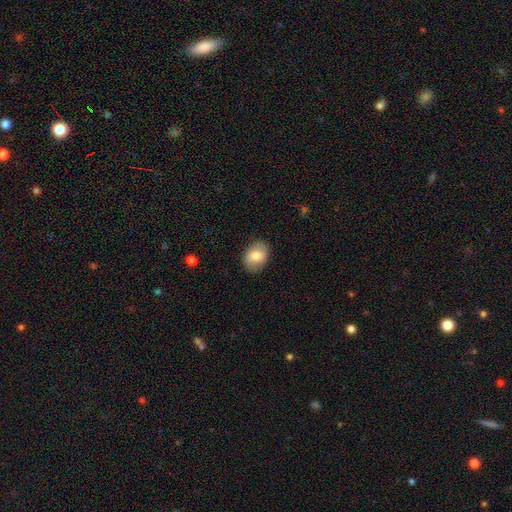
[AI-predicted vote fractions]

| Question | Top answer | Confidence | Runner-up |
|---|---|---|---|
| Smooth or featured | smooth | 76% | featured or disk (17%) |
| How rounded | in between | 69% | round (30%) |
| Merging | none | 85% | minor disturbance (11%) |